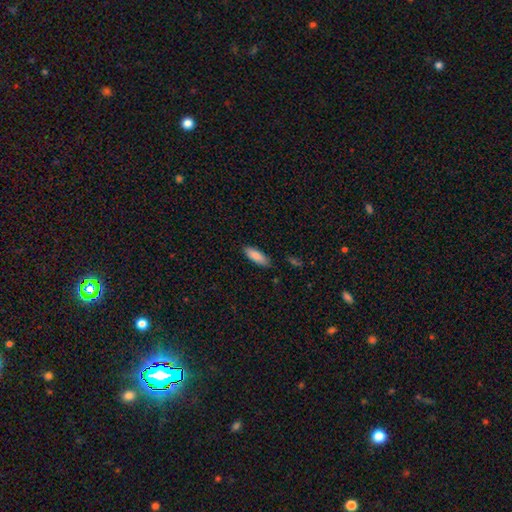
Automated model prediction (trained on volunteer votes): Overall: smooth (85%). How rounded: in between (62%; cigar-shaped 37%). Merging: none (85%).